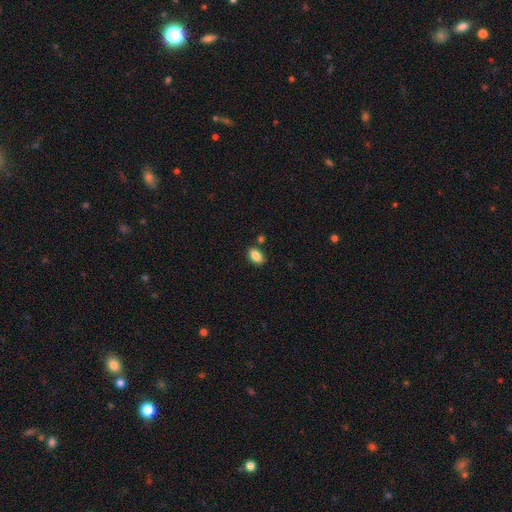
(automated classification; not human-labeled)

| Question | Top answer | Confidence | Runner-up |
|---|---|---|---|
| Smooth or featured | smooth | 87% | star or artifact (8%) |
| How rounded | in between | 89% | round (9%) |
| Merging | none | 81% | minor disturbance (11%) |